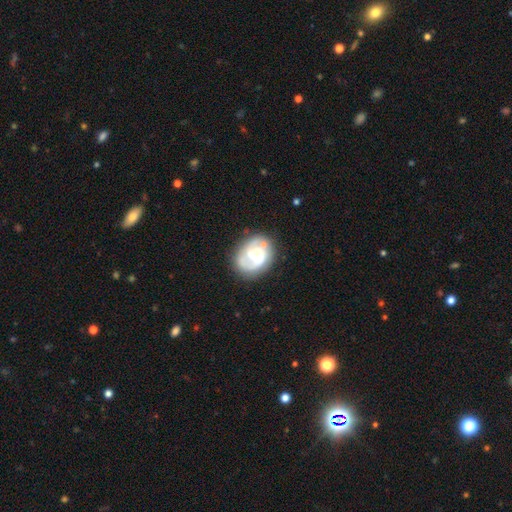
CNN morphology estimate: Smooth or featured? Predicted: featured or disk (p=0.67). Edge-on disk? Predicted: no (p=0.98). Bar? Predicted: no (p=0.50). Spiral arms? Predicted: yes (p=0.82). Spiral winding? Predicted: medium (p=0.40, tied with tight). Spiral arm count? Predicted: 2 (p=0.48). Bulge size? Predicted: moderate (p=0.29). Merging? Predicted: none (p=0.60).